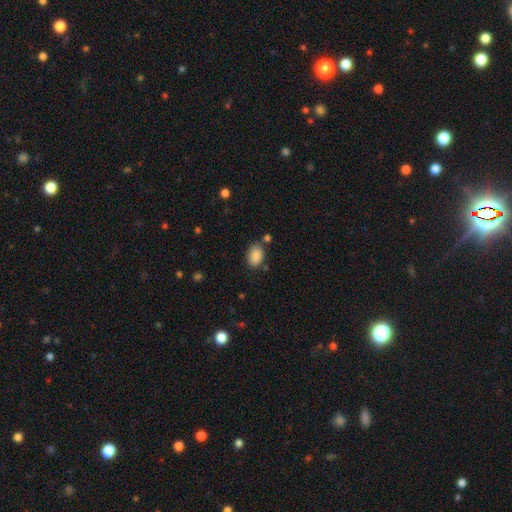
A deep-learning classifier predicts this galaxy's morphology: This appears to be a smooth galaxy with no disk features (88%) that is in between round and cigar-shaped (82%). Merging: none (73%).